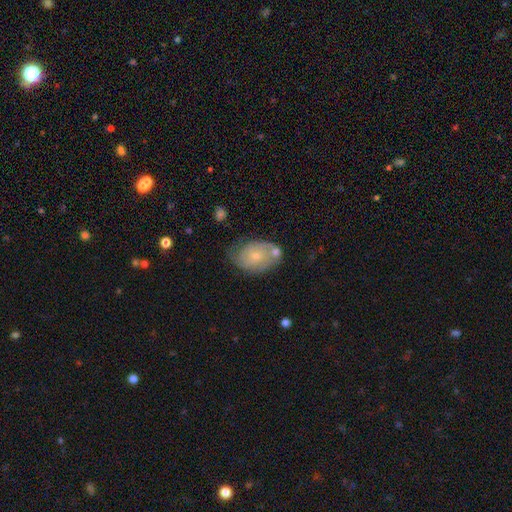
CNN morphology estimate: A featured or disk galaxy (59%) with no bar (77%), spiral arms (81%) and a small central bulge (72%).

Vote fractions:
- Smooth or featured? featured or disk: 59% / smooth: 34% / star or artifact: 7%
- Edge-on disk? no: 97% / yes: 3%
- Bar? no: 77% / weak: 20% / strong: 3%
- Spiral arms? yes: 81% / no: 19%
- Bulge size? small: 72% / moderate: 23% / none: 3% / large: 1% / dominant: 1%
- Merging? none: 49% / minor disturbance: 26% / merger: 15% / major disturbance: 11%